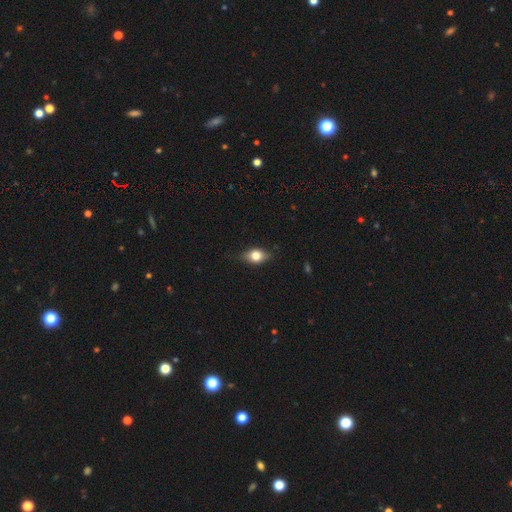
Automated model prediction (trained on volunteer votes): A smooth galaxy with no disk features (70%) that is in between round and cigar-shaped (73%).

Vote fractions:
- Smooth or featured? smooth: 70% / featured or disk: 21% / star or artifact: 9%
- How rounded? in between: 73% / round: 22% / cigar-shaped: 5%
- Merging? none: 78% / minor disturbance: 18% / major disturbance: 3% / merger: 1%